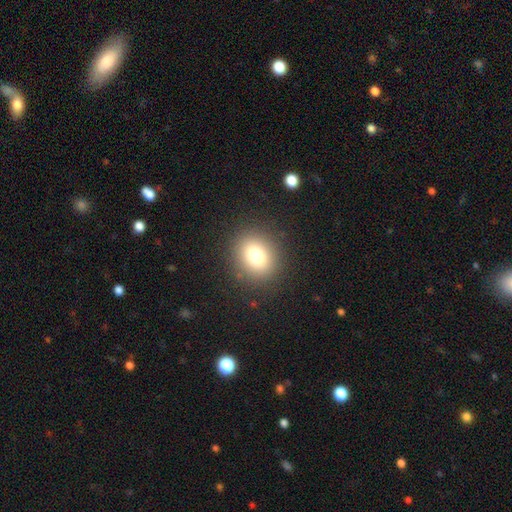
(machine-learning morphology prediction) smooth 76%, star or artifact 14%, featured or disk 10%. Down the decision tree: how rounded — round (71%); merging — none (88%).